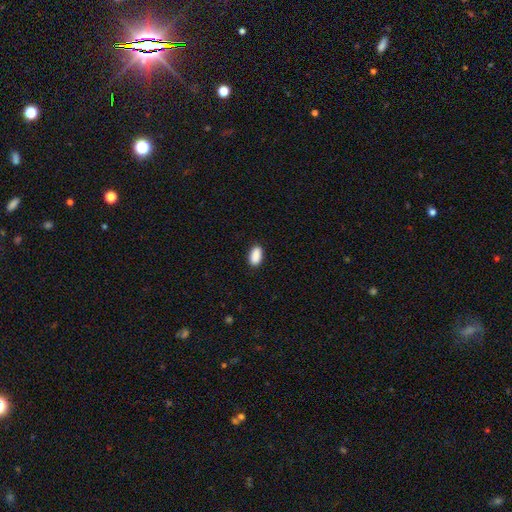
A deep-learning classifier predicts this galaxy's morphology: This appears to be a smooth galaxy with no disk features (90%) that is in between round and cigar-shaped (93%). Merging: none (87%).